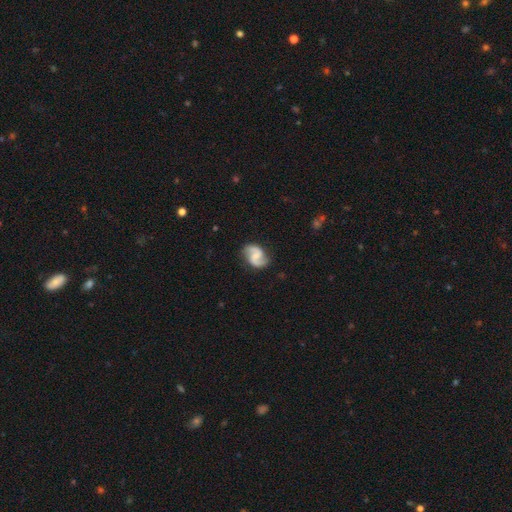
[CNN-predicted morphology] Overall: featured or disk (87%). Edge-on disk: no (98%). Bar: weak (47%; no 37%). Spiral arms: yes (97%). Spiral arm count: 2 (94%). Spiral winding: medium (48%; loose 37%). Bulge size: small (38%; none 34%). Merging: none (83%).